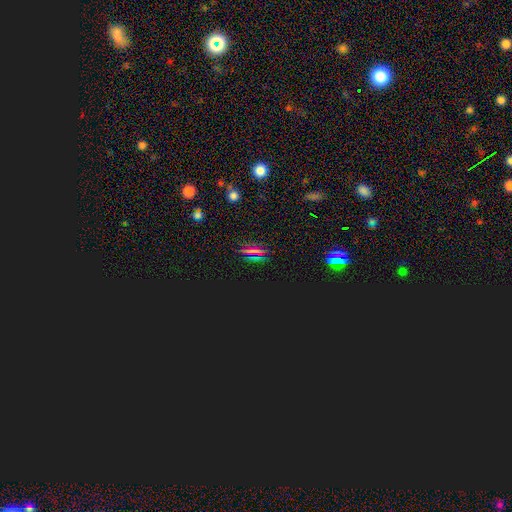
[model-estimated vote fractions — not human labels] Smooth or featured?
  - star or artifact: 61% *
  - smooth: 28%
  - featured or disk: 11%